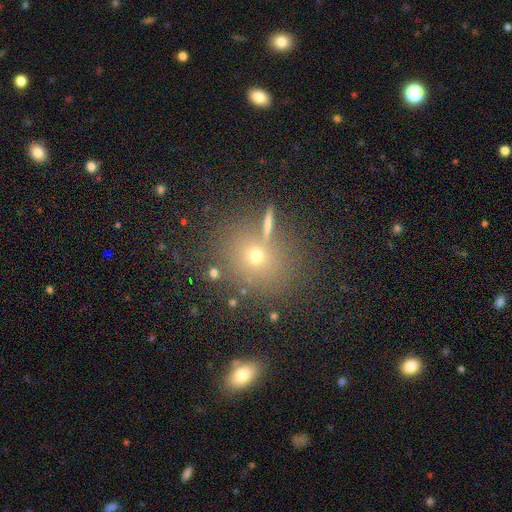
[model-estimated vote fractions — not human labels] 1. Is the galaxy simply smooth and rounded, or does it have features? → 58% smooth, 25% star or artifact, 17% featured or disk.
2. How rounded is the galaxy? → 72% round, 27% in between, 2% cigar-shaped.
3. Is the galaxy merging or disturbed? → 72% none, 12% merger, 11% minor disturbance, 5% major disturbance.